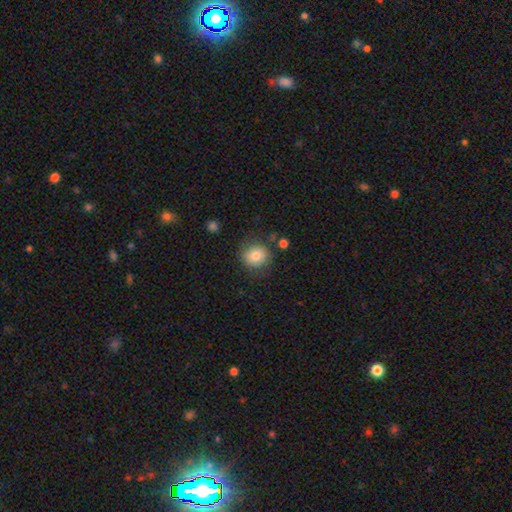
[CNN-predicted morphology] Smooth or featured? smooth (81%)
How rounded? round (84%)
Merging? none (80%)